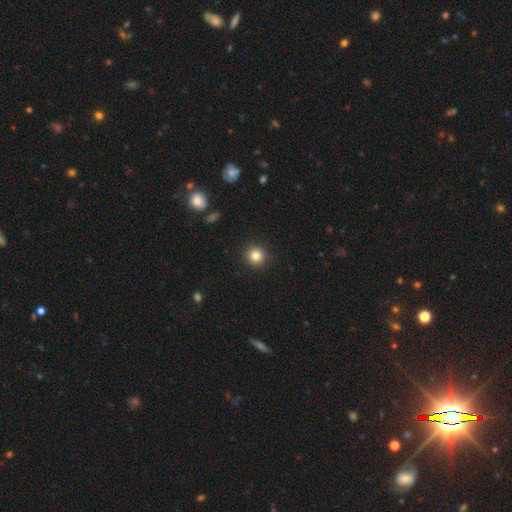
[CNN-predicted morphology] A smooth galaxy with no disk features (82%) that is round (94%). Merging: none (92%).